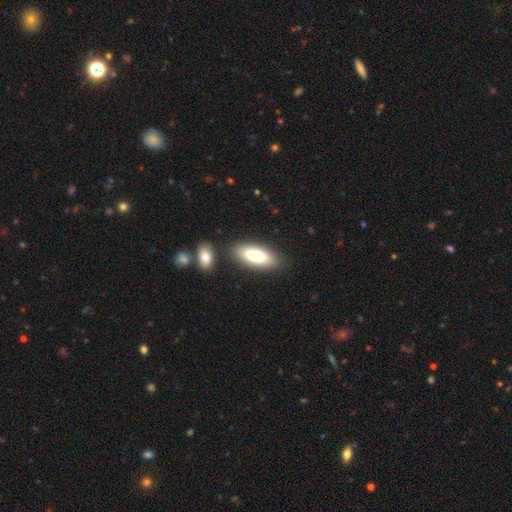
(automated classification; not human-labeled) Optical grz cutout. It shows a smooth galaxy with no disk features (79%) that is in between round and cigar-shaped (76%). Merging: none (81%).